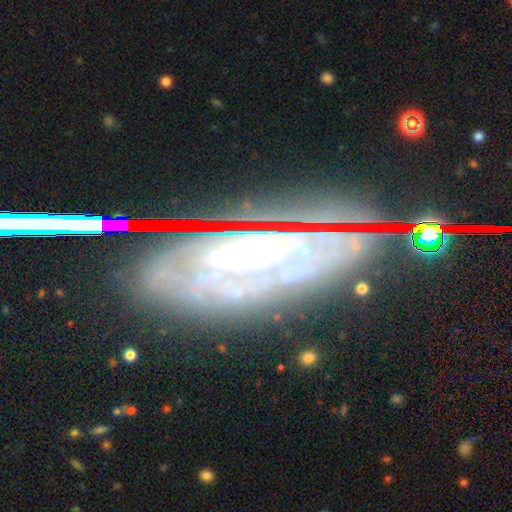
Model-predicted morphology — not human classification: smooth-or-featured: featured or disk: 76% | star or artifact: 15% | smooth: 9%
  disk-edge-on: no: 78% | yes: 22%
    bar: no: 50% | weak: 30% | strong: 20%
    has-spiral-arms: yes: 85% | no: 15%
      spiral-winding: tight: 73% | medium: 21% | loose: 6%
      spiral-arm-count: can't tell: 48% | 2: 19% | 3: 11% | 4: 8% | more than 4: 7% | 1: 6%
    bulge-size: small: 55% | moderate: 29% | none: 8% | large: 6% | dominant: 2%
  merging: none: 75% | minor disturbance: 16% | major disturbance: 6% | merger: 3%